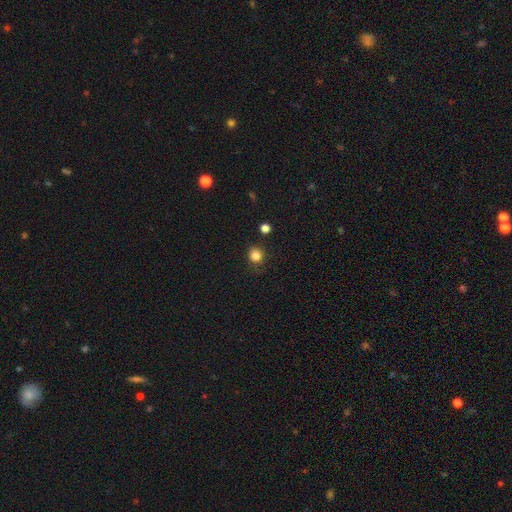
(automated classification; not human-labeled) This appears to be a smooth galaxy with no disk features (83%) that is round (88%). Merging: none (82%).